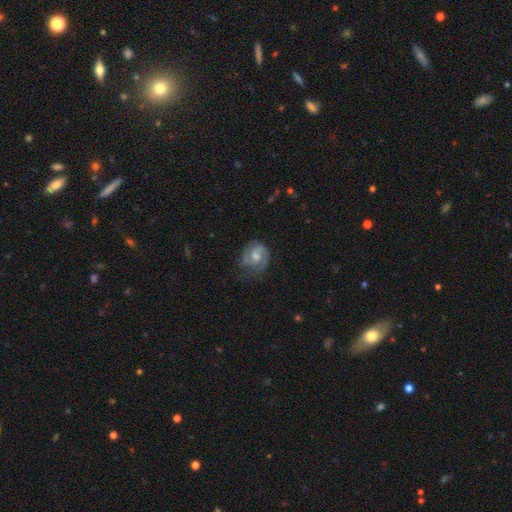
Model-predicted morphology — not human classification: This appears to be a featured or disk galaxy (77%) with no bar (51%), 2 (69%) tight (49%) spiral arms (95%) and a moderate central bulge (57%). Merging: none (68%).